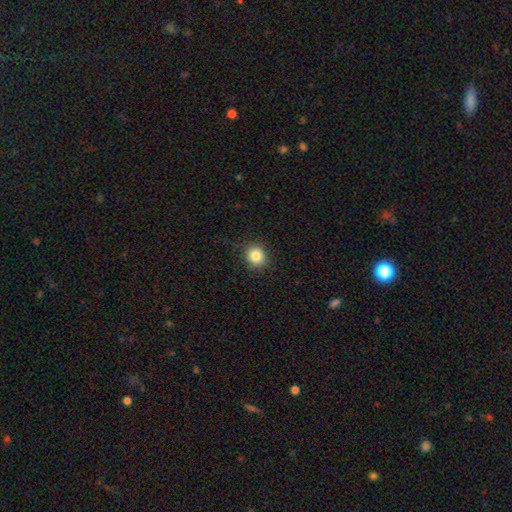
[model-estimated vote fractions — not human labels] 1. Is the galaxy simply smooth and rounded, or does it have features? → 85% smooth, 10% star or artifact, 5% featured or disk.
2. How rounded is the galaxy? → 87% round, 12% in between, 1% cigar-shaped.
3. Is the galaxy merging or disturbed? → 89% none, 8% minor disturbance, 2% major disturbance, 1% merger.